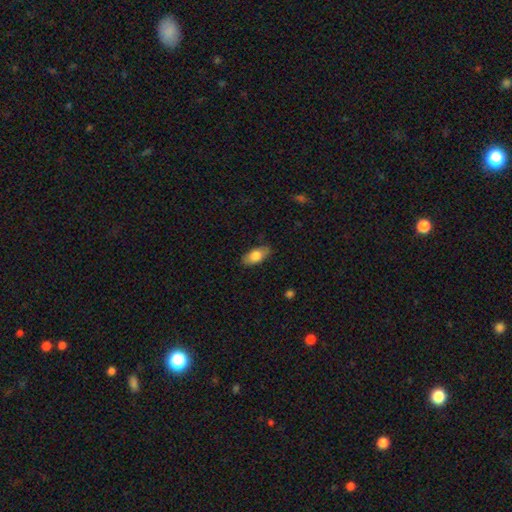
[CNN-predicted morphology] Smooth or featured?
  - smooth: 77% *
  - featured or disk: 16%
  - star or artifact: 6%
How rounded?
  - in between: 89% *
  - cigar-shaped: 8%
  - round: 4%
Merging?
  - none: 84% *
  - minor disturbance: 13%
  - major disturbance: 3%
  - merger: 1%